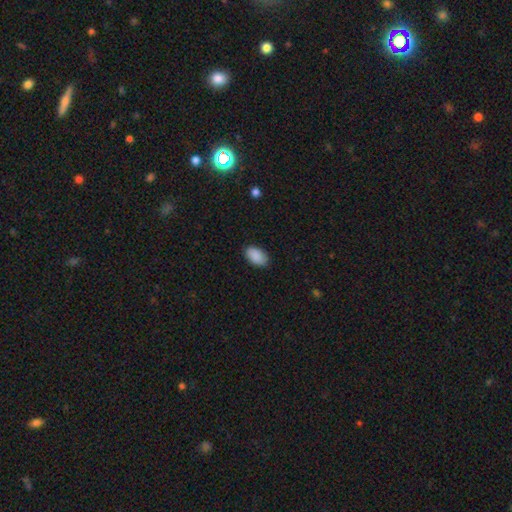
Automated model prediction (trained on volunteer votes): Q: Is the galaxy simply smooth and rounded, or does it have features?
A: smooth — 90%.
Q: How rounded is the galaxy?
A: in between — 94%.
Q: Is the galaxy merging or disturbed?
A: none — 86%.